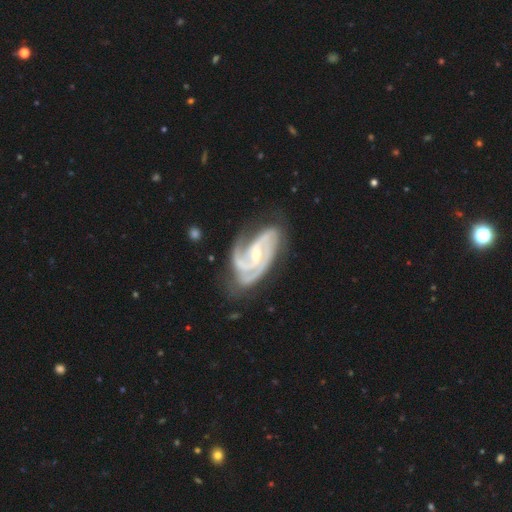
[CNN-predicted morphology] featured or disk 93%, star or artifact 4%, smooth 3%. Down the decision tree: edge-on disk — no (97%); bar — weak (39%); spiral arms — yes (99%); spiral arm count — 3 (52%); spiral winding — tight (47%); bulge size — small (61%); merging — none (60%).